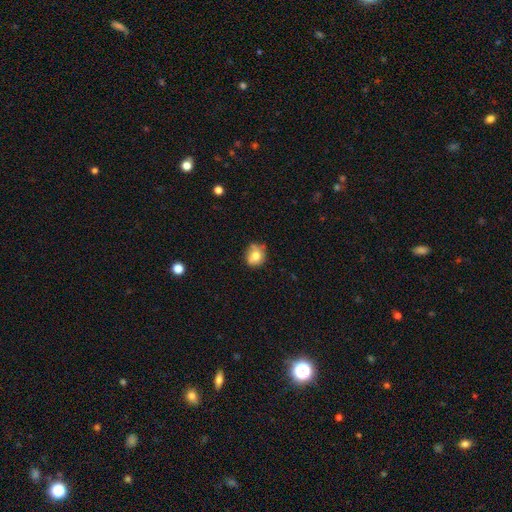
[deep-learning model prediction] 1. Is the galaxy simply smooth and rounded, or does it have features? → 73% smooth, 17% featured or disk, 10% star or artifact.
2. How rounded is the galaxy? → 77% round, 22% in between, 1% cigar-shaped.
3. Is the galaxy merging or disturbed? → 62% none, 27% minor disturbance, 6% major disturbance, 5% merger.